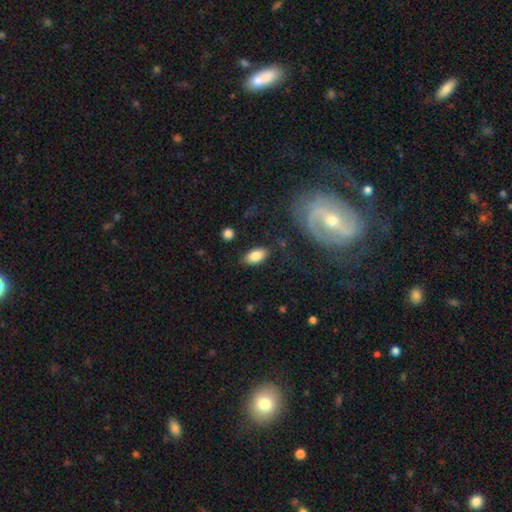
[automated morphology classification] smooth 82%, featured or disk 11%, star or artifact 7%. Down the decision tree: how rounded — in between (92%); merging — none (80%).